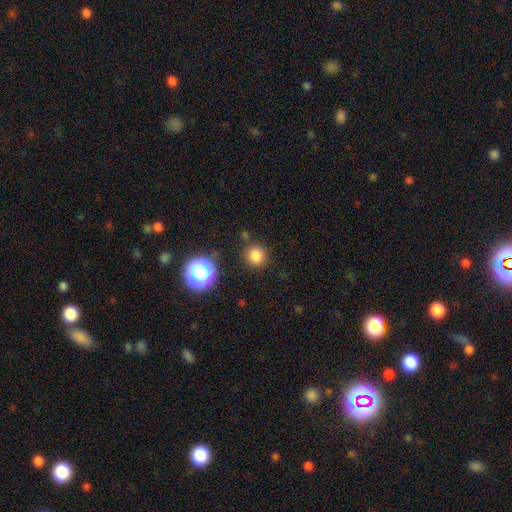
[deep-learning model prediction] smooth 82%, star or artifact 14%, featured or disk 5%. Down the decision tree: how rounded — round (92%); merging — none (85%).